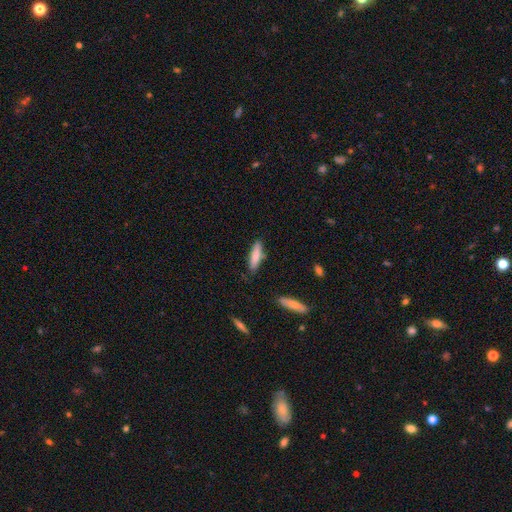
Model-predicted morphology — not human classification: Smooth or featured? smooth (78%)
How rounded? cigar-shaped (70%)
Merging? none (82%)